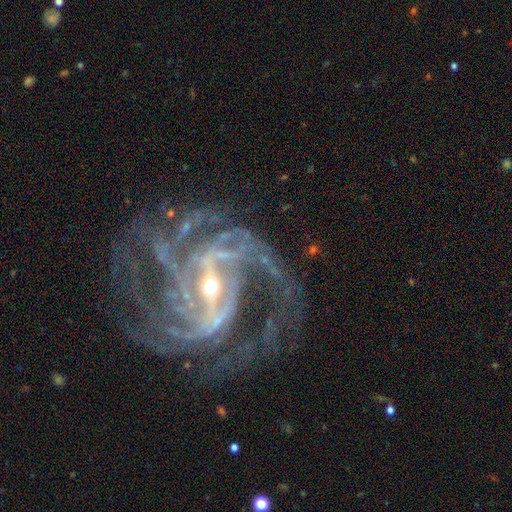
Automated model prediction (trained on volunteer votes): This appears to be a featured or disk galaxy (92%) with a strong bar (59%), 3 (24%) medium (49%) spiral arms (98%) and a small central bulge (61%). Merging: none (62%).